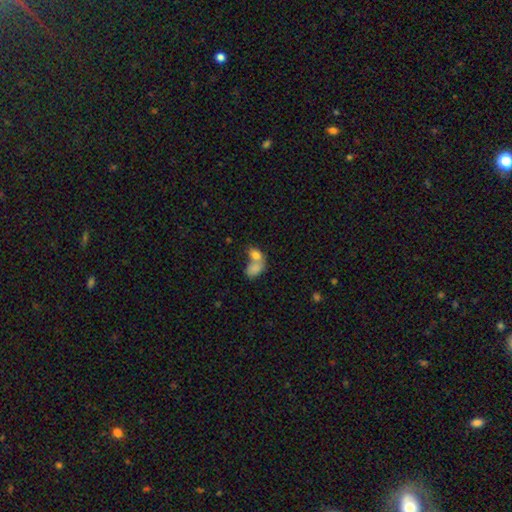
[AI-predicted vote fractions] Q: Smooth or featured?
A: smooth (78%); runner-up: featured or disk (13%)
Q: How rounded?
A: in between (76%); runner-up: round (22%)
Q: Merging?
A: merger (71%); runner-up: none (18%)